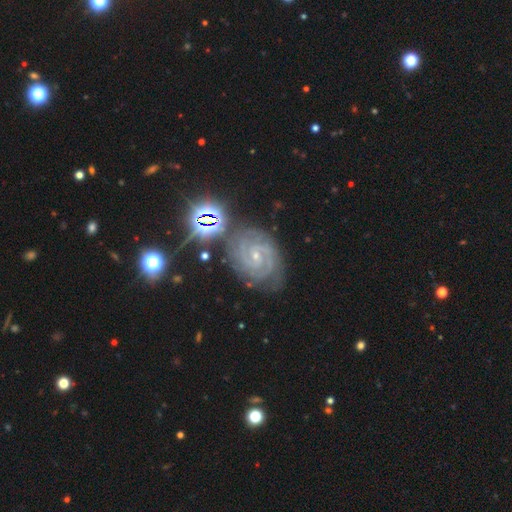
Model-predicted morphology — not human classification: type=featured or disk (87%); edge-on=no (98%); bar=no (44%); spiral arms=yes (98%); winding=tight (74%); arm count=2 (57%); bulge=small (79%); merging=none (75%).